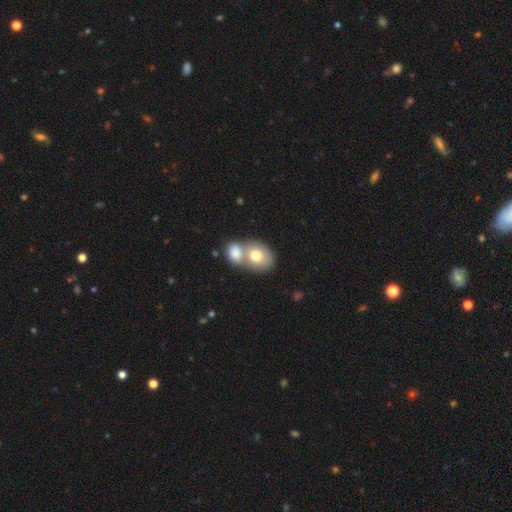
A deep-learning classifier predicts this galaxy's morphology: smooth 74%, featured or disk 19%, star or artifact 8%. Down the decision tree: how rounded — in between (55%); merging — merger (61%).